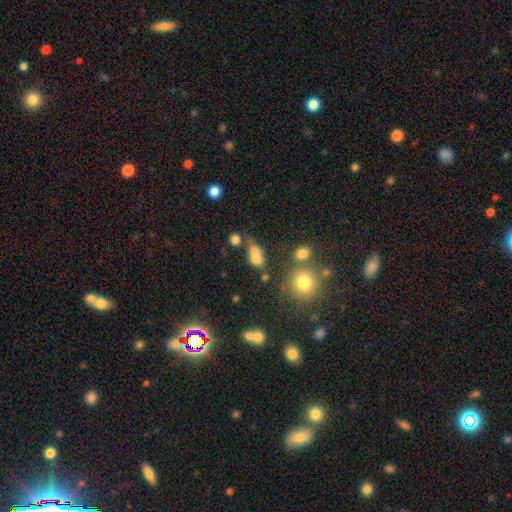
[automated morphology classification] Smooth or featured? Predicted: smooth (p=0.65). How rounded? Predicted: in between (p=0.50). Merging? Predicted: merger (p=0.50).